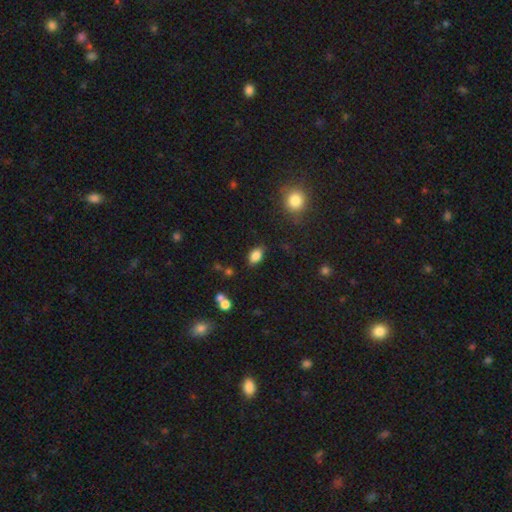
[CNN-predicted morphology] smooth_or_featured: smooth (p=0.85) [alt: star or artifact p=0.09]
how_rounded: in between (p=0.86) [alt: round p=0.12]
merging: none (p=0.78) [alt: minor disturbance p=0.16]